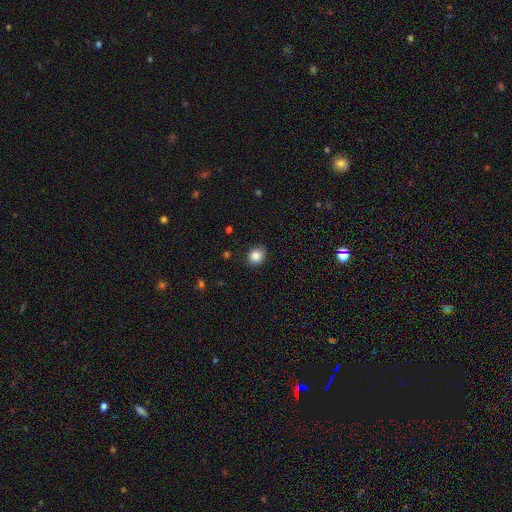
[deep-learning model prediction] Smooth or featured? smooth (86%)
How rounded? round (64%)
Merging? none (83%)